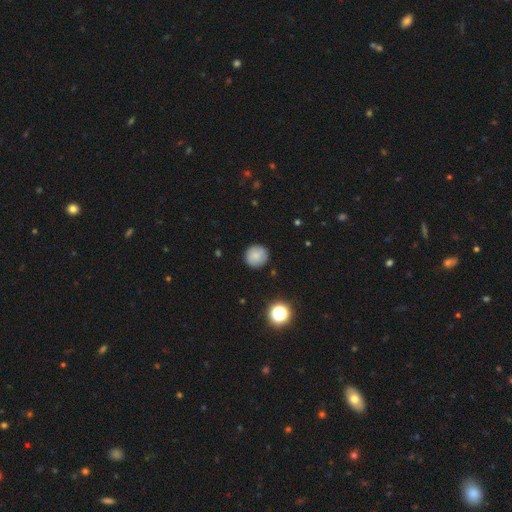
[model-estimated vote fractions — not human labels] This is clearly a smooth galaxy (82%). How rounded: clearly round (94%). Merging: clearly none (88%).